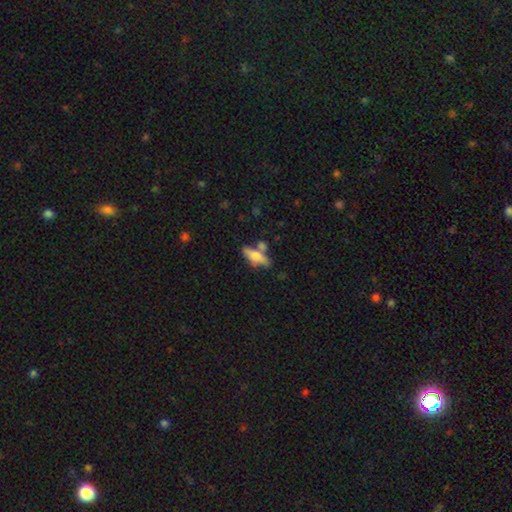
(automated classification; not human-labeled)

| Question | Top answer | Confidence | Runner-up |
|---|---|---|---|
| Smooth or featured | smooth | 57% | featured or disk (35%) |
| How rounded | in between | 54% | cigar-shaped (43%) |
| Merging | none | 55% | merger (21%) |